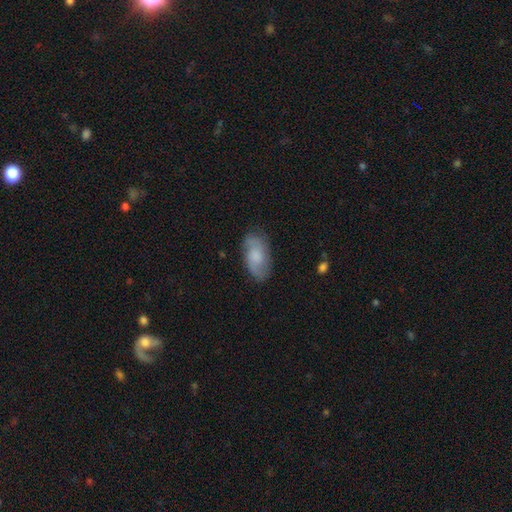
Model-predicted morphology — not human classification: Smooth or featured?
  - featured or disk: 48% *
  - smooth: 44%
  - star or artifact: 7%
Merging?
  - none: 73% *
  - minor disturbance: 19%
  - major disturbance: 6%
  - merger: 1%